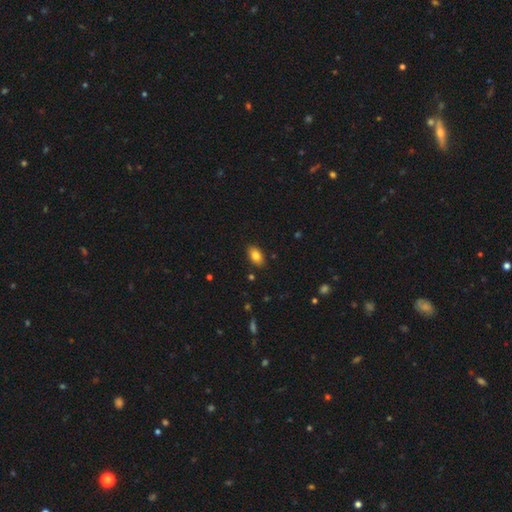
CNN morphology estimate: Q: Smooth or featured?
A: smooth (82%); runner-up: featured or disk (9%)
Q: How rounded?
A: in between (90%); runner-up: round (8%)
Q: Merging?
A: none (87%); runner-up: minor disturbance (10%)